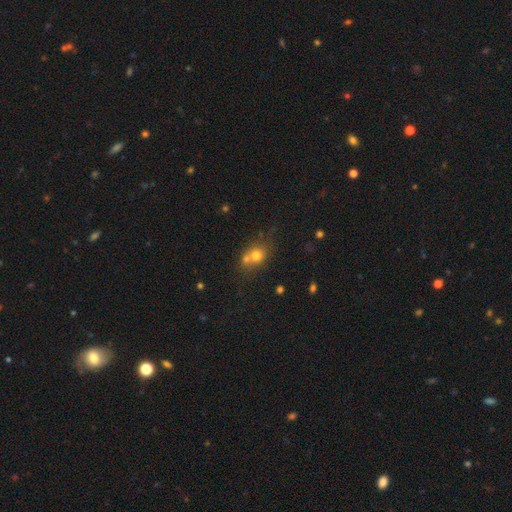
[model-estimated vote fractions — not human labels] Smooth or featured?
  - smooth: 71% *
  - featured or disk: 16%
  - star or artifact: 13%
How rounded?
  - round: 68% *
  - in between: 30%
  - cigar-shaped: 2%
Merging?
  - merger: 45% *
  - none: 40%
  - minor disturbance: 11%
  - major disturbance: 5%